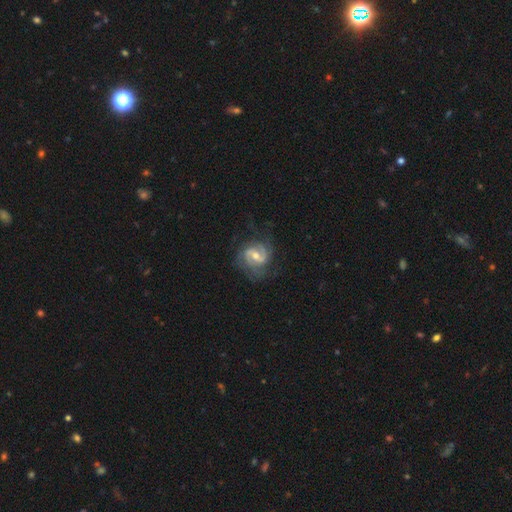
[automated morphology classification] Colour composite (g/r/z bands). It shows a featured or disk galaxy (85%) with a weak bar (53%), 2 (79%) medium (47%) spiral arms (95%) and a moderate central bulge (63%). Merging: none (70%).